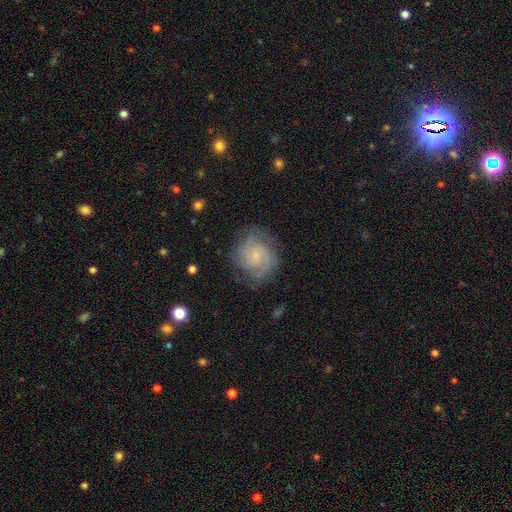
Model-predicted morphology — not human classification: This is clearly a featured or disk galaxy (81%). It is clearly not viewed edge-on (98%). Bar: likely no (71%). Spiral arm pattern: clearly yes (96%). Spiral arm count: marginally 2 (38%). Spiral winding: possibly tight (58%). Central bulge: likely small (76%). Merging: likely none (77%).